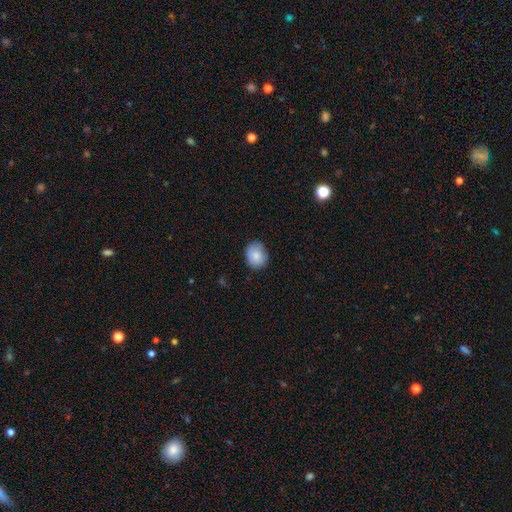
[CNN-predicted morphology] smooth-or-featured: smooth: 84% | featured or disk: 8% | star or artifact: 8%
  how-rounded: round: 67% | in between: 32% | cigar-shaped: 1%
  merging: none: 78% | minor disturbance: 18% | major disturbance: 3% | merger: 1%